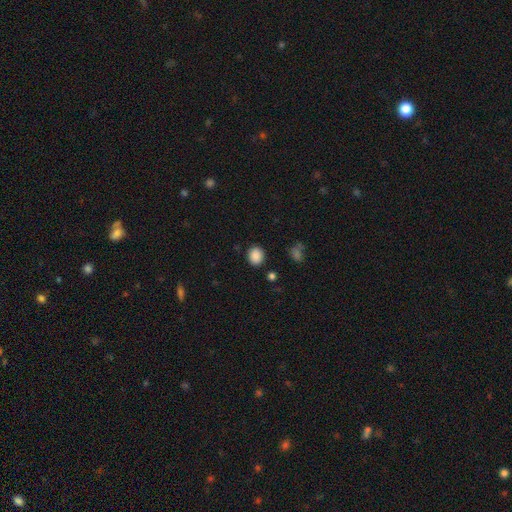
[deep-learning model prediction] This appears to be a smooth galaxy with no disk features (88%) that is round (63%). Merging: none (87%).